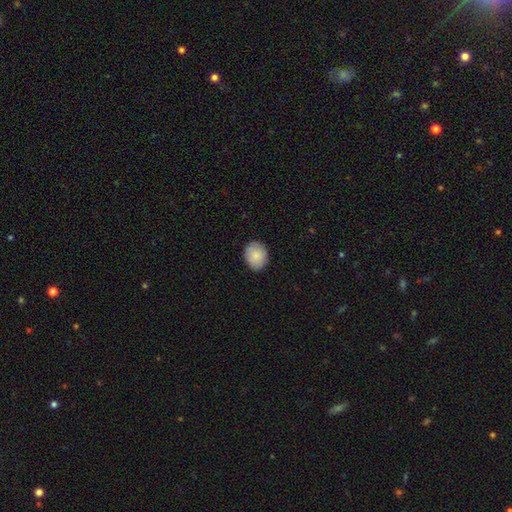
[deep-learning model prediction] Smooth or featured? Predicted: smooth (p=0.87). How rounded? Predicted: round (p=0.52). Merging? Predicted: none (p=0.87).